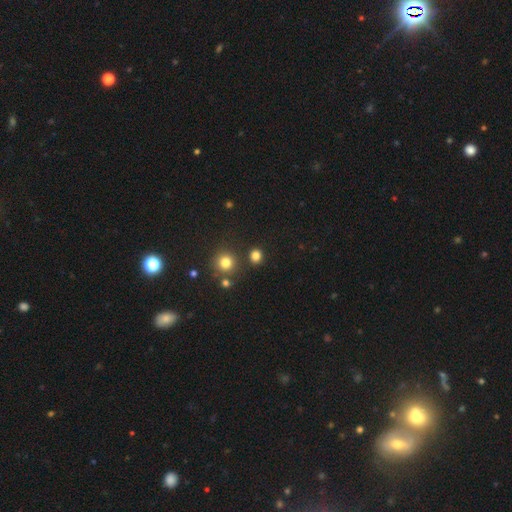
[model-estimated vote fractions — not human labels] Smooth or featured?
  - smooth: 80% *
  - star or artifact: 16%
  - featured or disk: 4%
How rounded?
  - round: 81% *
  - in between: 18%
  - cigar-shaped: 1%
Merging?
  - none: 84% *
  - minor disturbance: 7%
  - merger: 6%
  - major disturbance: 3%